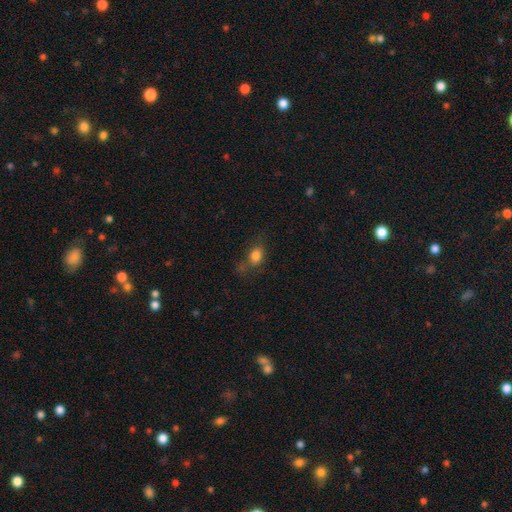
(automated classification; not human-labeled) smooth 80%, star or artifact 11%, featured or disk 9%. Down the decision tree: how rounded — in between (64%); merging — none (55%).